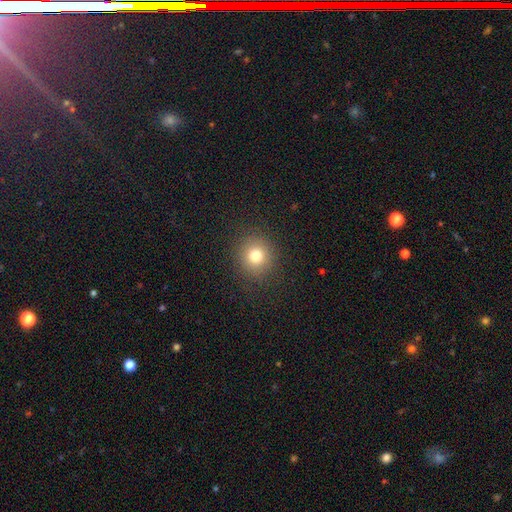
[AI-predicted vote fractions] smooth-or-featured: smooth: 77% | star or artifact: 14% | featured or disk: 9%
  how-rounded: round: 90% | in between: 9% | cigar-shaped: 1%
  merging: none: 89% | minor disturbance: 6% | major disturbance: 3% | merger: 1%